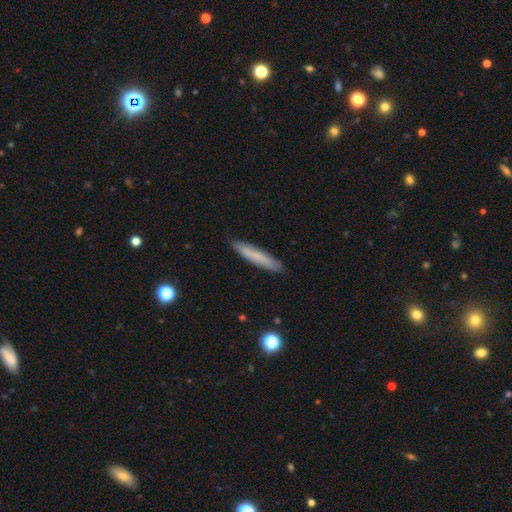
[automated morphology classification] The model was most divided on "smooth or featured": smooth: 71%, featured or disk: 22%, star or artifact: 7%. More confident: how rounded — cigar-shaped (92%); merging — none (89%).